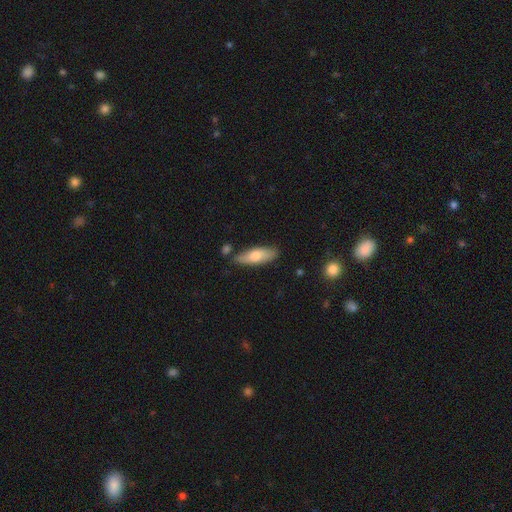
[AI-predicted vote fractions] Q: Smooth or featured?
A: smooth (70%); runner-up: featured or disk (24%)
Q: How rounded?
A: in between (58%); runner-up: cigar-shaped (40%)
Q: Merging?
A: none (77%); runner-up: minor disturbance (15%)